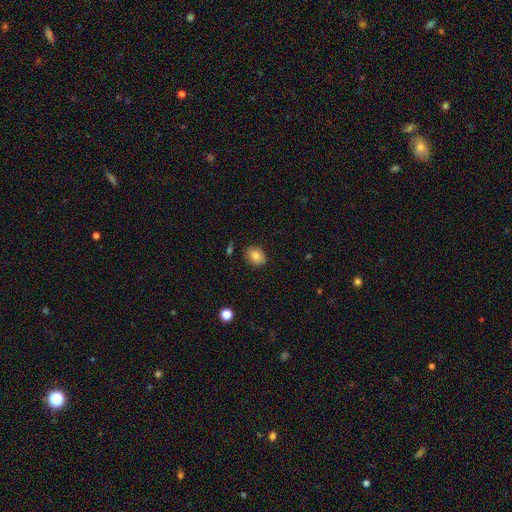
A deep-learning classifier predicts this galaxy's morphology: The model was most divided on "how rounded": in between: 62%, round: 37%, cigar-shaped: 1%. More confident: merging — none (85%); smooth or featured — smooth (81%).